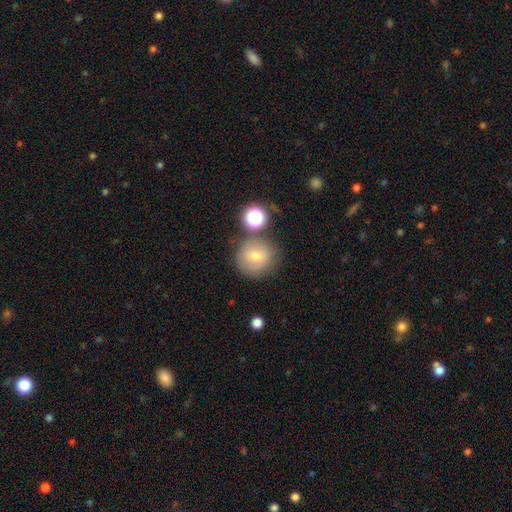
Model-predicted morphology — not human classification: This appears to be a smooth galaxy with no disk features (56%) that is round (91%). Merging: none (72%).